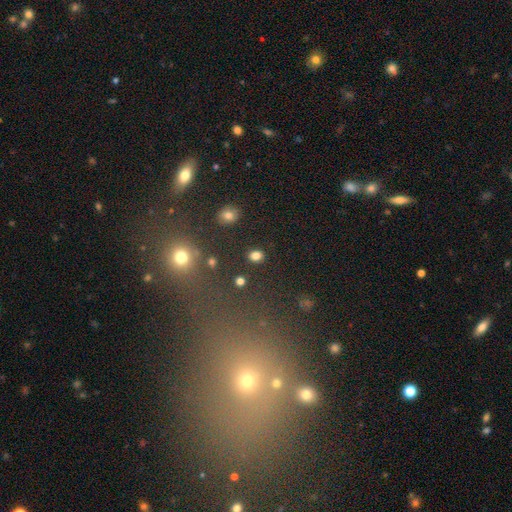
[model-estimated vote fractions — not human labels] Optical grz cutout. It shows a smooth galaxy with no disk features (81%) that is round (63%). Merging: none (87%).